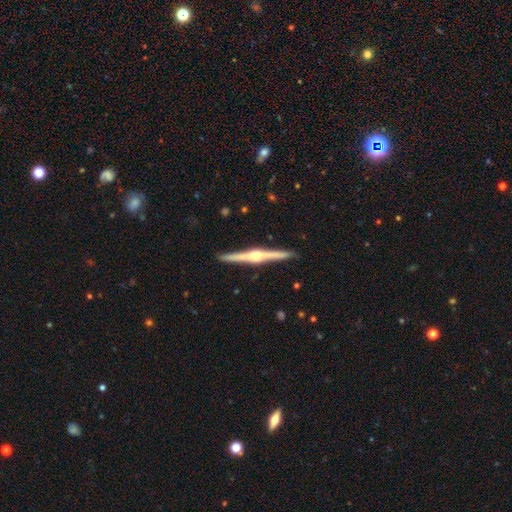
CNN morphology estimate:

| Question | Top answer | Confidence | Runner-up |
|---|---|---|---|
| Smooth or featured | featured or disk | 85% | smooth (10%) |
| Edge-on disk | yes | 99% | no (1%) |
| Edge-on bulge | rounded | 88% | boxy (8%) |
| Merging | none | 92% | minor disturbance (5%) |